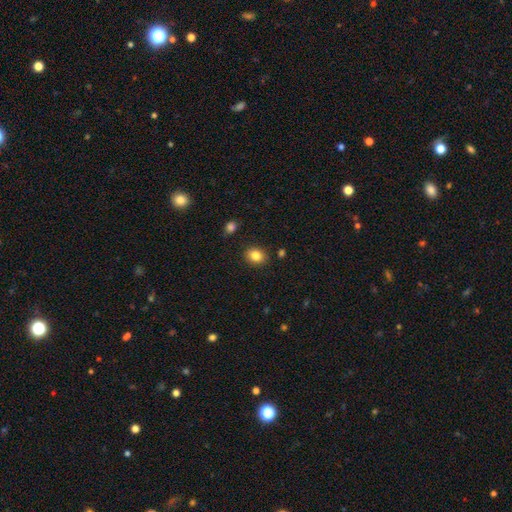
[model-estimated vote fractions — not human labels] A smooth galaxy with no disk features (84%) that is round (57%). Merging: none (88%).